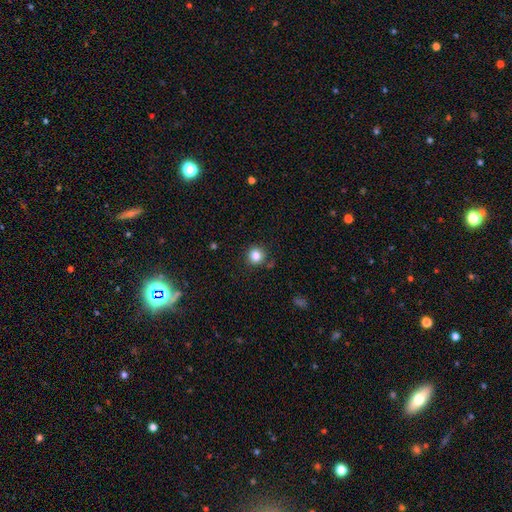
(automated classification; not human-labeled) Morphology: type=smooth (85%); roundness=round (93%); merging=none (86%).